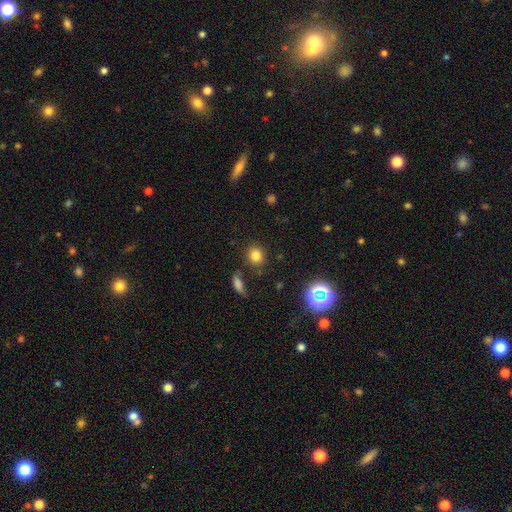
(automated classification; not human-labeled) smooth_or_featured: smooth (p=0.79) [alt: star or artifact p=0.14]
how_rounded: round (p=0.79) [alt: in between p=0.20]
merging: none (p=0.82) [alt: minor disturbance p=0.10]